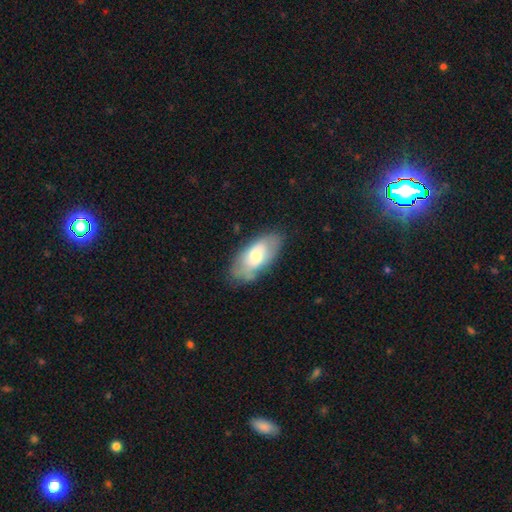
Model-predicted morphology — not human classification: Smooth or featured?
  - smooth: 61% *
  - featured or disk: 33%
  - star or artifact: 6%
How rounded?
  - in between: 91% *
  - cigar-shaped: 6%
  - round: 3%
Merging?
  - none: 69% *
  - minor disturbance: 22%
  - major disturbance: 6%
  - merger: 2%